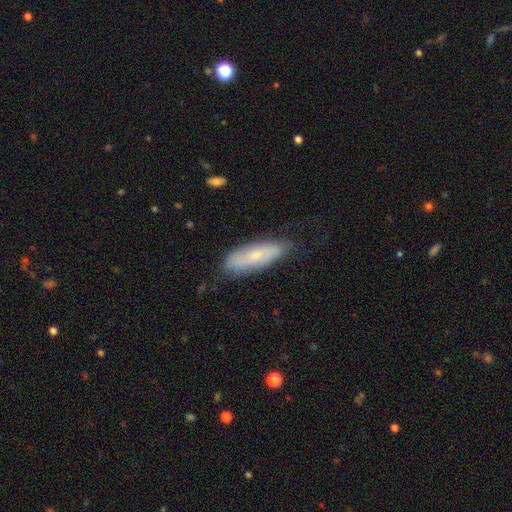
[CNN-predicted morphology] This is possibly a smooth galaxy (58%). How rounded: possibly cigar-shaped (49%, tied with in between). Merging: likely none (73%).